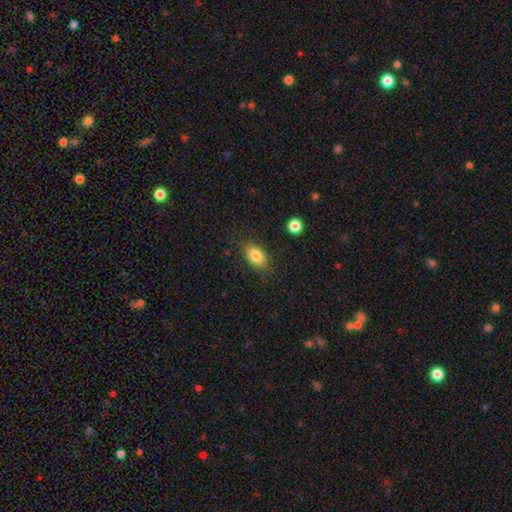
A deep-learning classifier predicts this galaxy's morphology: Smooth or featured: smooth — 82% (featured or disk — 9%)
How rounded: in between — 85% (round — 12%)
Merging: none — 81% (minor disturbance — 13%)